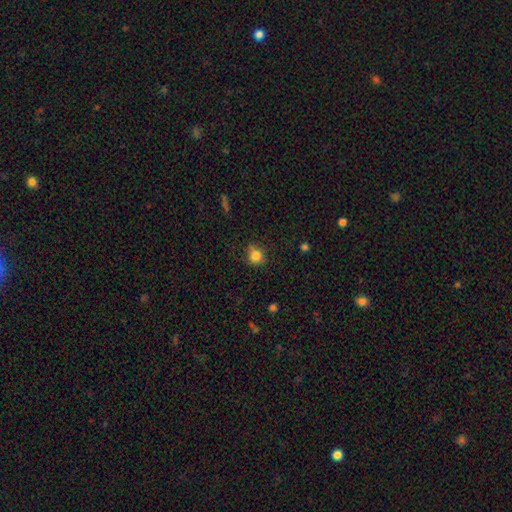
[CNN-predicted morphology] This appears to be a smooth galaxy with no disk features (82%) that is round (85%). Merging: none (77%).